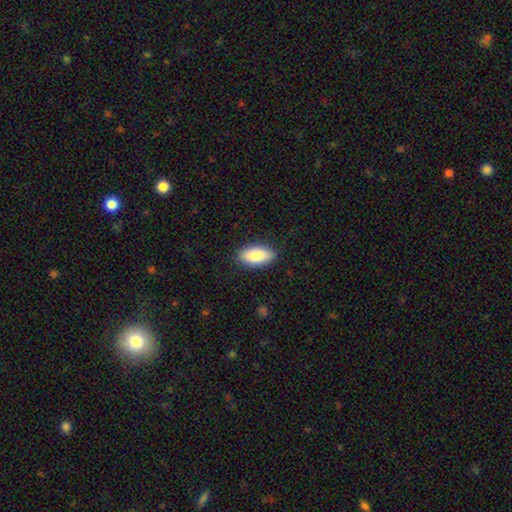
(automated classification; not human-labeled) Smooth or featured: smooth — 85% (featured or disk — 9%)
How rounded: in between — 91% (cigar-shaped — 6%)
Merging: none — 87% (minor disturbance — 10%)